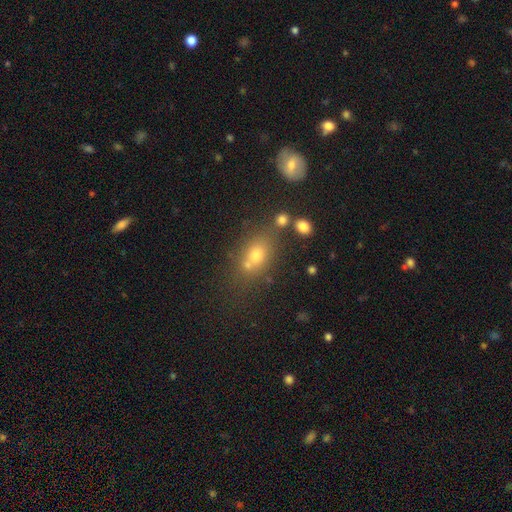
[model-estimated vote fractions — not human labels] smooth-or-featured: smooth: 68% | star or artifact: 17% | featured or disk: 15%
  how-rounded: in between: 65% | round: 31% | cigar-shaped: 3%
  merging: none: 54% | merger: 24% | minor disturbance: 14% | major disturbance: 7%